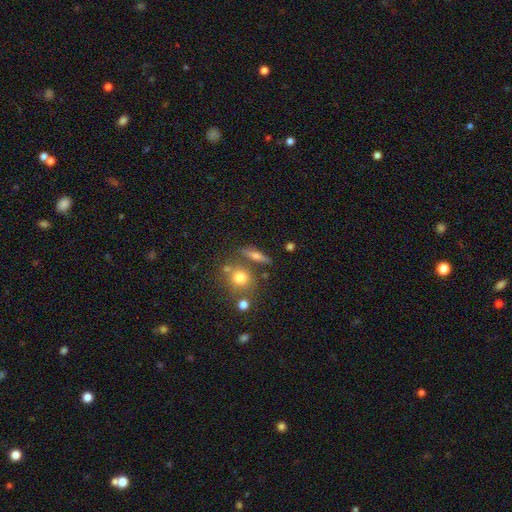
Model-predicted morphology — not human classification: Smooth or featured? smooth (52%)
How rounded? cigar-shaped (50%)
Merging? none (74%)